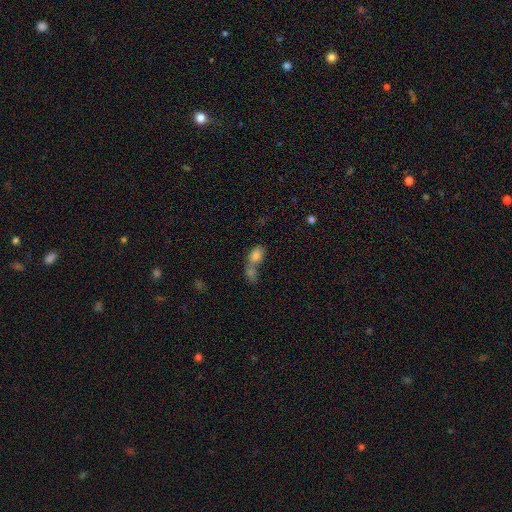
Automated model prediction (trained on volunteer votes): Overall: smooth (78%). How rounded: in between (77%). Merging: merger (70%).